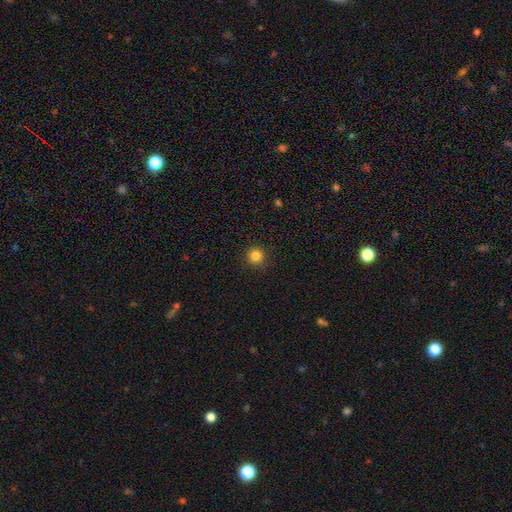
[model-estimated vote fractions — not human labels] smooth 84%, star or artifact 12%, featured or disk 4%. Down the decision tree: how rounded — round (95%); merging — none (91%).